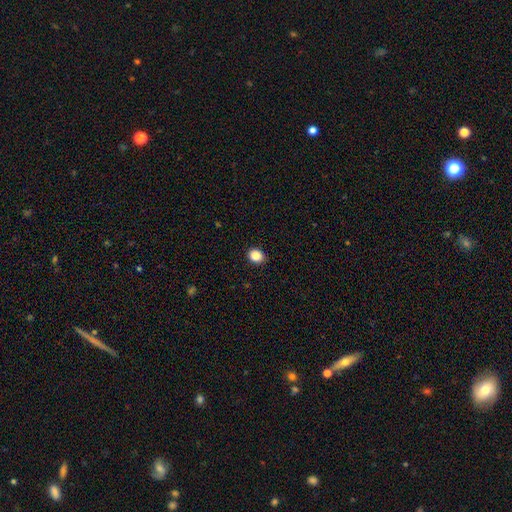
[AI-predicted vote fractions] Morphology: type=smooth (88%); roundness=round (58%); merging=none (90%).